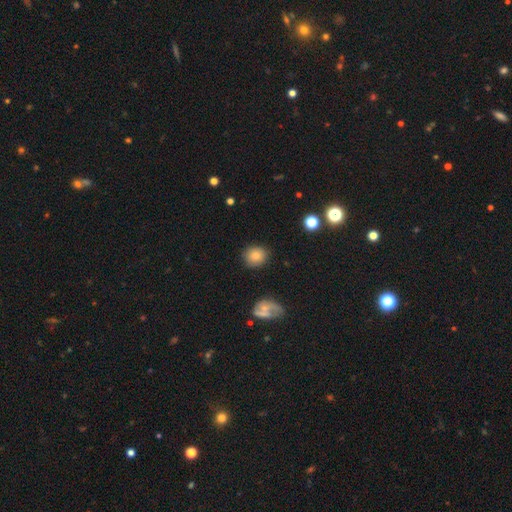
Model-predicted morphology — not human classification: Smooth or featured? smooth (79%)
How rounded? round (77%)
Merging? none (85%)